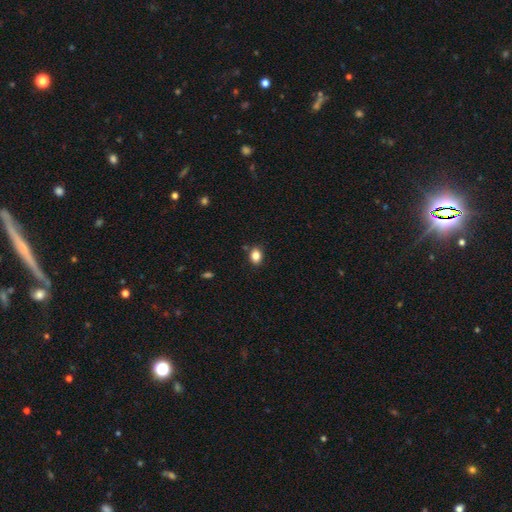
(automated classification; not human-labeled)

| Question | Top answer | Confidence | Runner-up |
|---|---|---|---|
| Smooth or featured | smooth | 84% | star or artifact (10%) |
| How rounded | in between | 66% | round (33%) |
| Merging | none | 83% | minor disturbance (11%) |